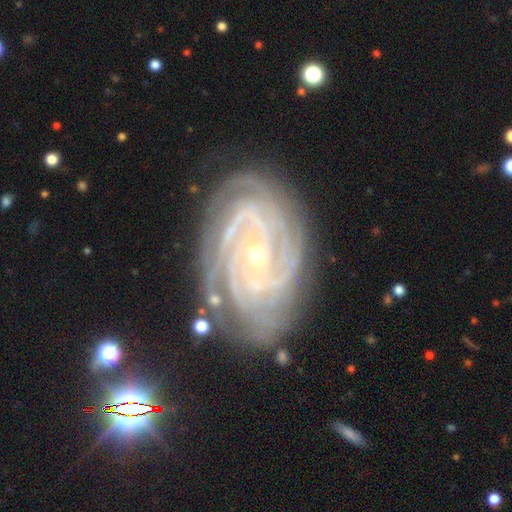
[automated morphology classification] This appears to be a featured or disk galaxy (91%) with no bar (59%), 4 (26%) tight (82%) spiral arms (98%) and a small central bulge (71%). Merging: none (76%).